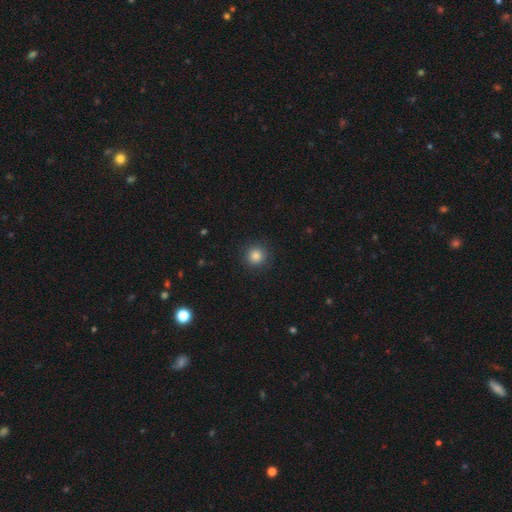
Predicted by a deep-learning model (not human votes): A smooth galaxy with no disk features (85%) that is round (95%).

Vote fractions:
- Smooth or featured? smooth: 85% / star or artifact: 11% / featured or disk: 4%
- How rounded? round: 95% / in between: 4% / cigar-shaped: 1%
- Merging? none: 91% / minor disturbance: 6% / major disturbance: 2% / merger: 1%